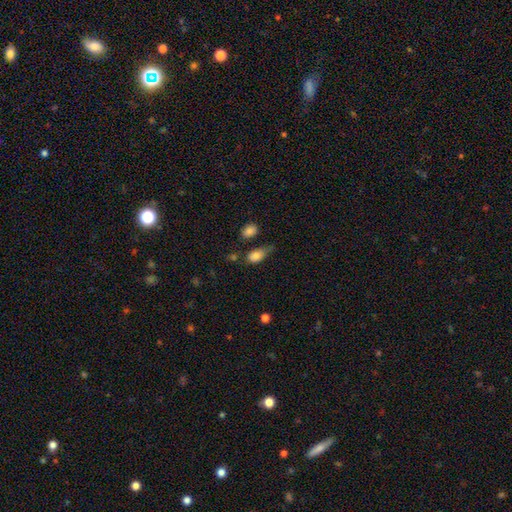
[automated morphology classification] A smooth galaxy with no disk features (82%) that is in between round and cigar-shaped (86%).

Vote fractions:
- Smooth or featured? smooth: 82% / featured or disk: 9% / star or artifact: 9%
- How rounded? in between: 86% / round: 10% / cigar-shaped: 4%
- Merging? minor disturbance: 37% (tied) / none: 37% (tied) / major disturbance: 19% / merger: 8%